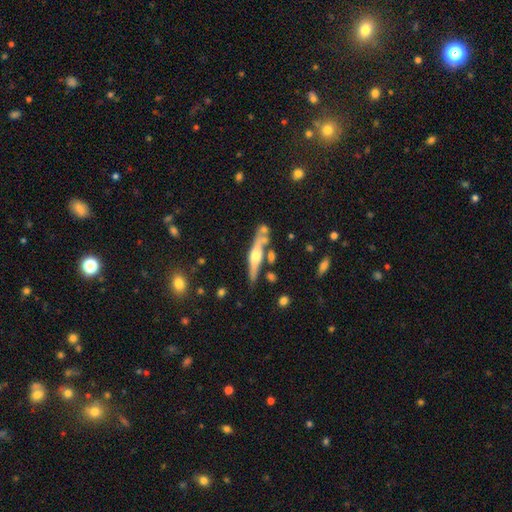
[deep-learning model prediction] smooth_or_featured: featured or disk (p=0.66) [alt: smooth p=0.28]
disk_edge_on: yes (p=0.93) [alt: no p=0.07]
edge_on_bulge: rounded (p=0.89) [alt: boxy p=0.06]
merging: none (p=0.65) [alt: minor disturbance p=0.16]